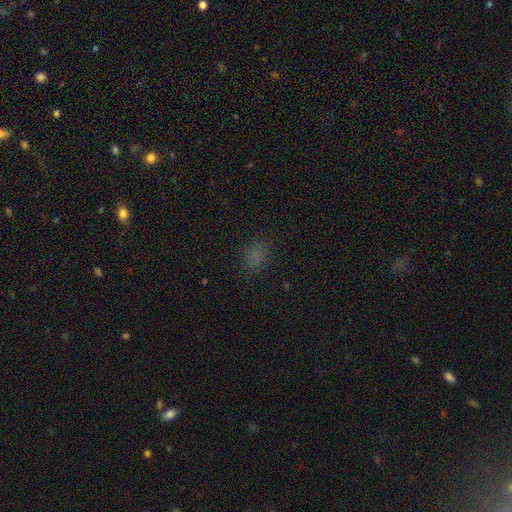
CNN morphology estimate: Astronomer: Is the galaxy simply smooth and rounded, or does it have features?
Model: smooth — 72%.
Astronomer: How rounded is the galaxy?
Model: in between — 68%.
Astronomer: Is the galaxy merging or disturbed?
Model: none — 80%.